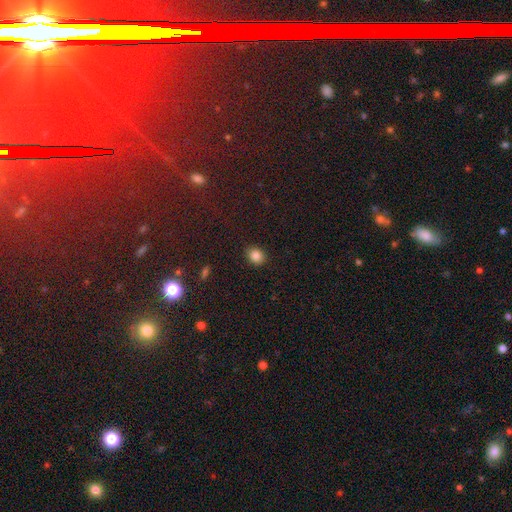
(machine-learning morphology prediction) Smooth or featured: smooth — 84% (star or artifact — 11%)
How rounded: round — 55% (in between — 44%)
Merging: none — 86% (minor disturbance — 10%)